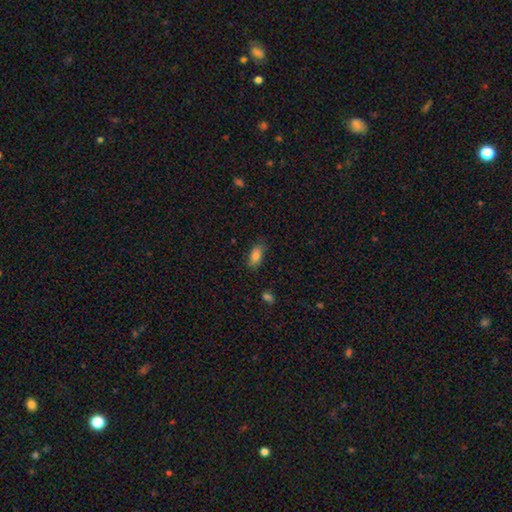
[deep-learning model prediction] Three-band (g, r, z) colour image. It shows a smooth galaxy with no disk features (82%) that is in between round and cigar-shaped (89%). Merging: none (78%).